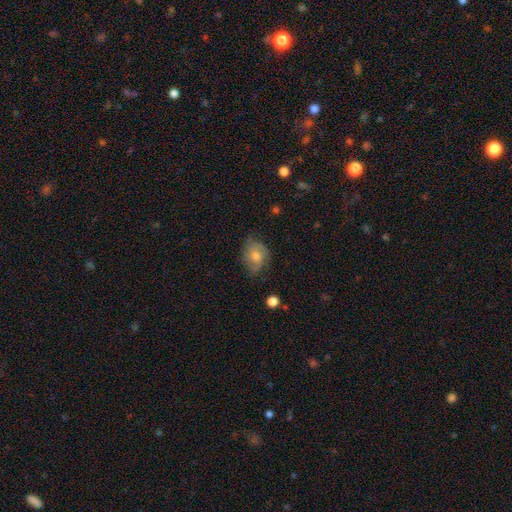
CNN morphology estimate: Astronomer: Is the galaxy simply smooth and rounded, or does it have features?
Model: smooth — 47% (runner-up: featured or disk, 42%).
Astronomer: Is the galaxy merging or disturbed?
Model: none — 64%.